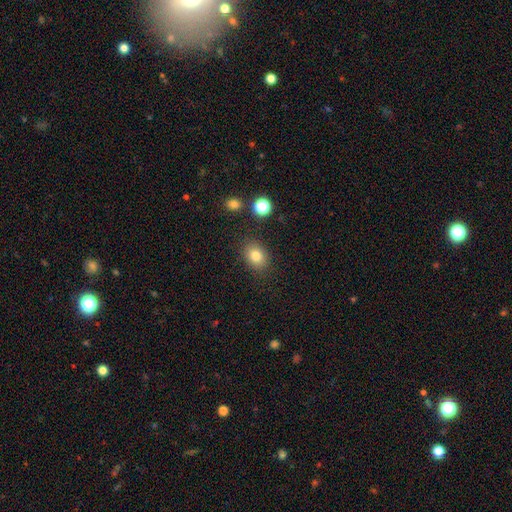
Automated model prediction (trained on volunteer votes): smooth-or-featured: smooth: 81% | star or artifact: 11% | featured or disk: 8%
  how-rounded: in between: 59% | round: 40% | cigar-shaped: 1%
  merging: none: 84% | minor disturbance: 10% | major disturbance: 3% | merger: 2%